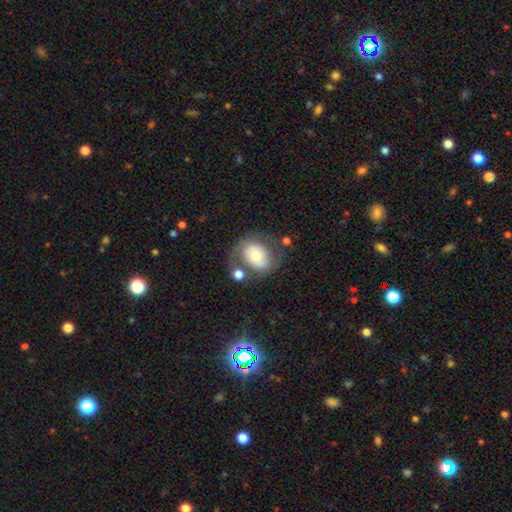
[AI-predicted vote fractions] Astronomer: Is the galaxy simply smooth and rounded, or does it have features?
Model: smooth — 53% (runner-up: featured or disk, 39%).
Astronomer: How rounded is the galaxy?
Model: in between — 51% (runner-up: round, 48%).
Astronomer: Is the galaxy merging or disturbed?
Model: none — 49%.